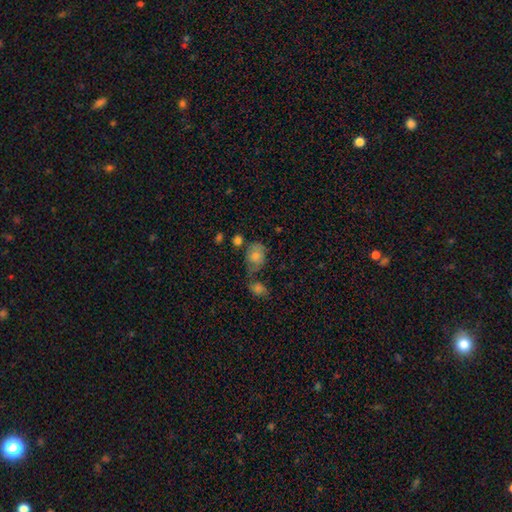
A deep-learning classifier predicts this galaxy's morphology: smooth 75%, featured or disk 16%, star or artifact 9%. Down the decision tree: how rounded — in between (61%); merging — none (39%).